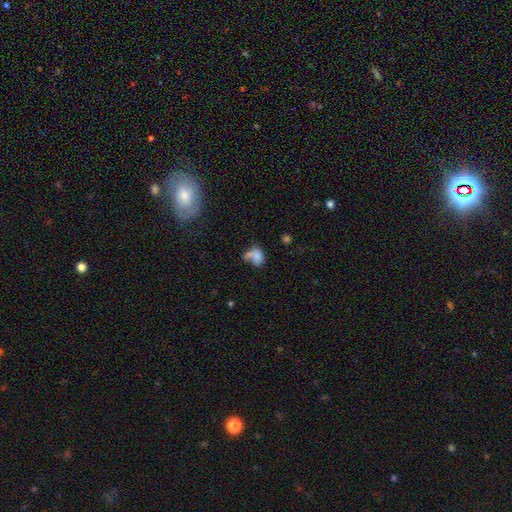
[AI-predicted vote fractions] smooth 73%, featured or disk 15%, star or artifact 12%. Down the decision tree: how rounded — in between (71%); merging — merger (36%).